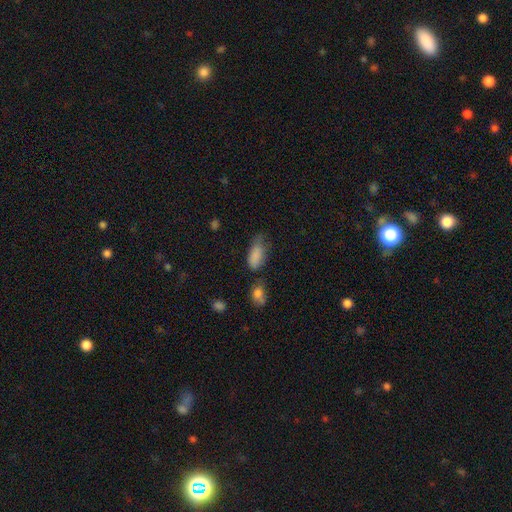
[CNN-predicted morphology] Q: Smooth or featured?
A: smooth (85%); runner-up: star or artifact (9%)
Q: How rounded?
A: in between (88%); runner-up: cigar-shaped (9%)
Q: Merging?
A: none (46%); runner-up: minor disturbance (35%)